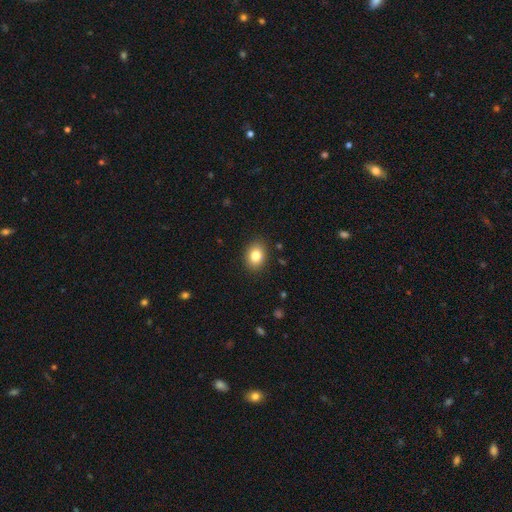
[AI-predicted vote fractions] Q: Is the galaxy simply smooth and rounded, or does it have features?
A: smooth — 83%.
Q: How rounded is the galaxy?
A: in between — 61%.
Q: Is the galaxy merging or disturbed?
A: none — 88%.